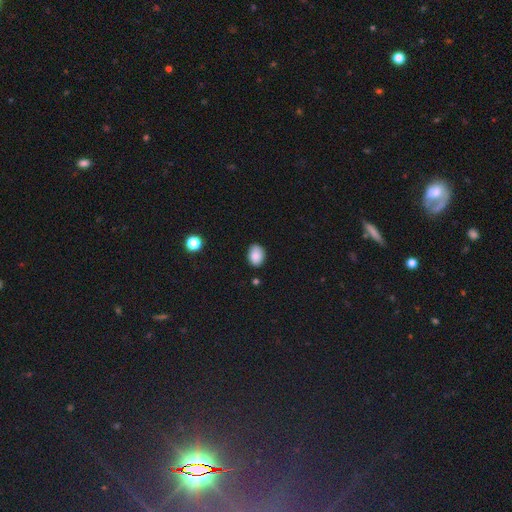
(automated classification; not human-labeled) Smooth or featured? Predicted: smooth (p=0.86). How rounded? Predicted: in between (p=0.71). Merging? Predicted: none (p=0.79).